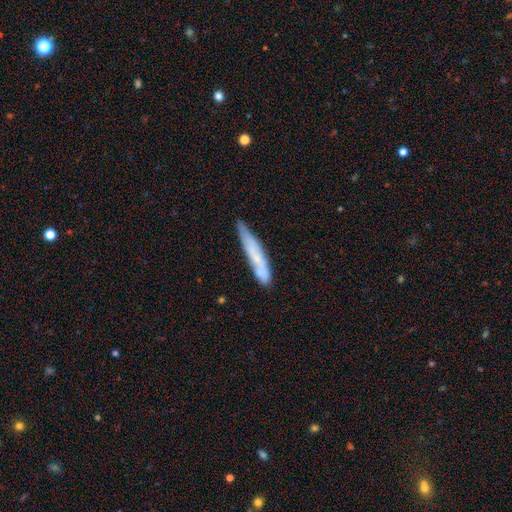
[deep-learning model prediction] smooth_or_featured: smooth (p=0.56) [alt: featured or disk p=0.37]
how_rounded: cigar-shaped (p=0.91) [alt: in between p=0.07]
merging: none (p=0.64) [alt: minor disturbance p=0.25]